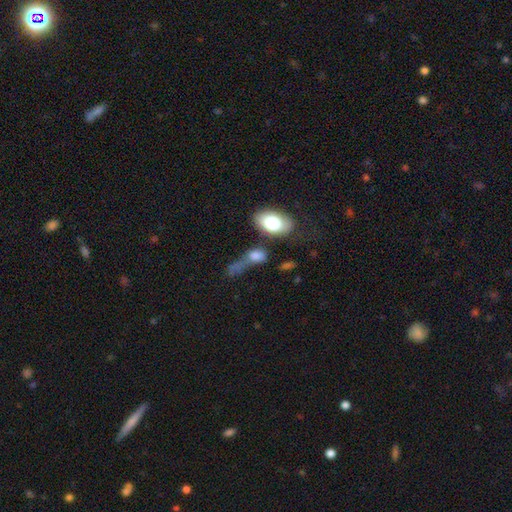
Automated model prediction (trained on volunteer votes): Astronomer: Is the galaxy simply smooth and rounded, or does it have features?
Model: smooth — 70%.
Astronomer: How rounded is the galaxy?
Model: in between — 66%.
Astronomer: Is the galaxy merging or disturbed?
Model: none — 32% (runner-up: merger, 26%).